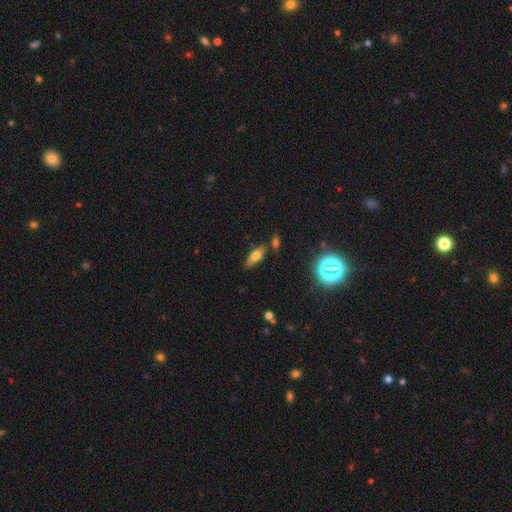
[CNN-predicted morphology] Q: Smooth or featured?
A: smooth (59%); runner-up: featured or disk (27%)
Q: How rounded?
A: in between (71%); runner-up: cigar-shaped (25%)
Q: Merging?
A: none (71%); runner-up: minor disturbance (14%)